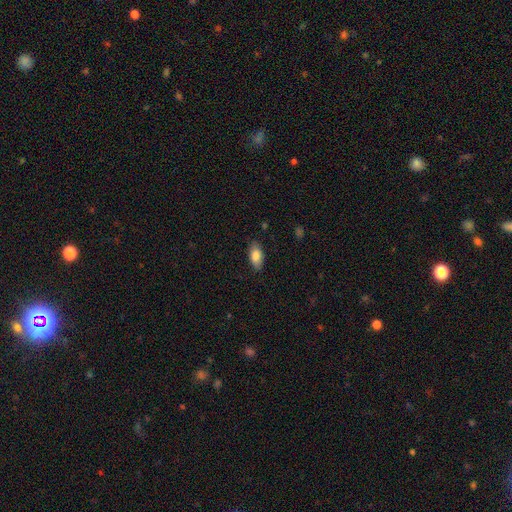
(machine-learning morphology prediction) type=smooth (83%); roundness=in between (91%); merging=none (84%).